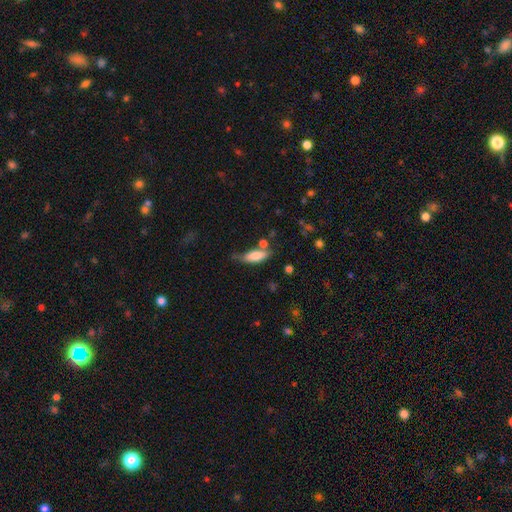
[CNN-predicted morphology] Smooth or featured: smooth — 76% (featured or disk — 17%)
How rounded: in between — 62% (cigar-shaped — 36%)
Merging: none — 49% (minor disturbance — 29%)